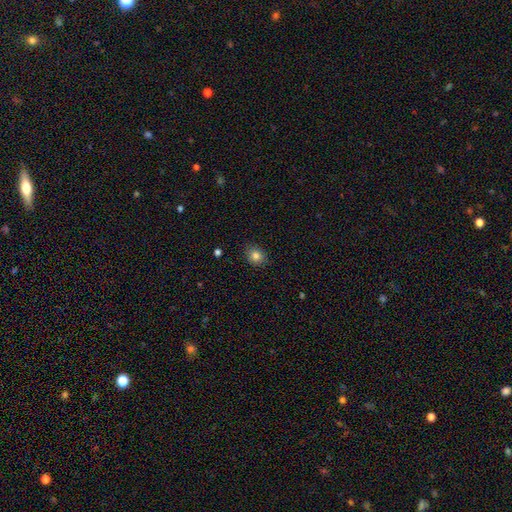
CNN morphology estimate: smooth-or-featured: smooth: 83% | star or artifact: 11% | featured or disk: 7%
  how-rounded: round: 63% | in between: 37% | cigar-shaped: 1%
  merging: none: 87% | minor disturbance: 9% | major disturbance: 2% | merger: 1%